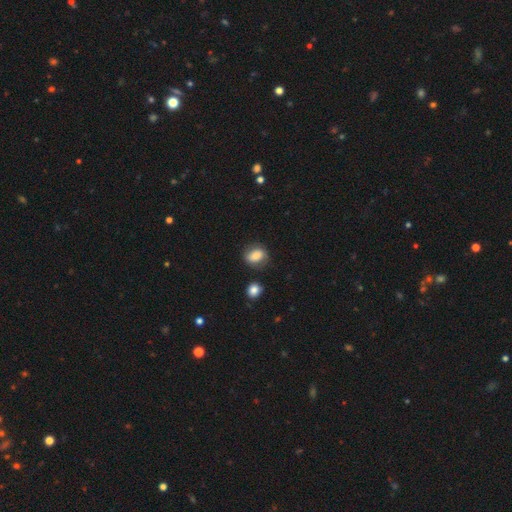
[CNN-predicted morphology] Q: Smooth or featured?
A: smooth (76%); runner-up: featured or disk (15%)
Q: How rounded?
A: in between (63%); runner-up: round (35%)
Q: Merging?
A: none (75%); runner-up: minor disturbance (16%)